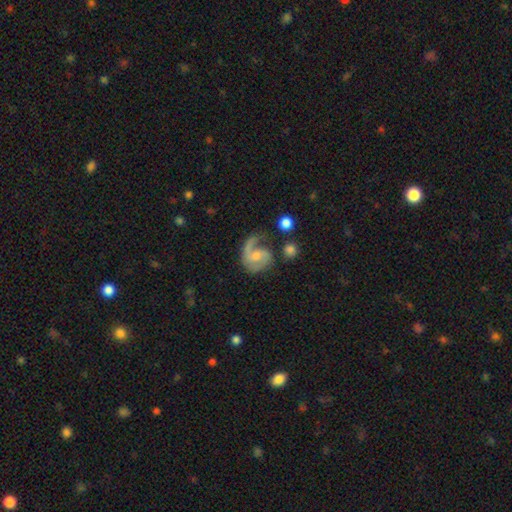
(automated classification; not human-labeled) A featured or disk galaxy (82%) with no bar (48%), 2 (53%) medium (47%) spiral arms (95%) and a small central bulge (48%).

Vote fractions:
- Smooth or featured? featured or disk: 82% / smooth: 12% / star or artifact: 6%
- Edge-on disk? no: 98% / yes: 2%
- Bar? no: 48% / weak: 42% / strong: 11%
- Spiral arms? yes: 95% / no: 5%
- Spiral winding? medium: 47% / loose: 31% / tight: 22%
- Spiral arm count? 2: 53% / 1: 39% / can't tell: 5% / 3: 2% / 4: 1% / more than 4: 1%
- Bulge size? small: 48% / moderate: 42% / none: 6% / large: 3% / dominant: 1%
- Merging? none: 50% / minor disturbance: 23% / major disturbance: 22% / merger: 5%